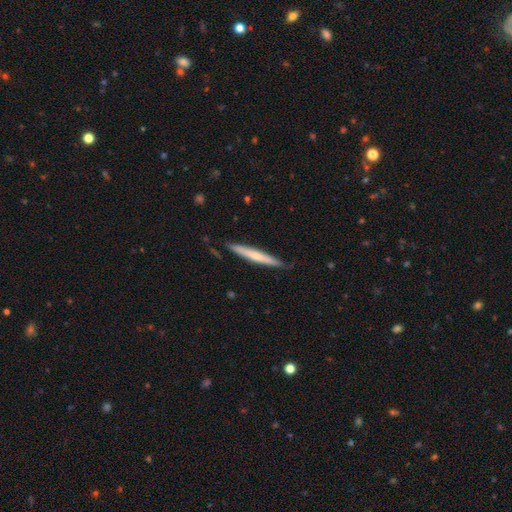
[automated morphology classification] This appears to be a smooth galaxy with no disk features (51%) that is cigar-shaped (96%). Merging: none (85%).